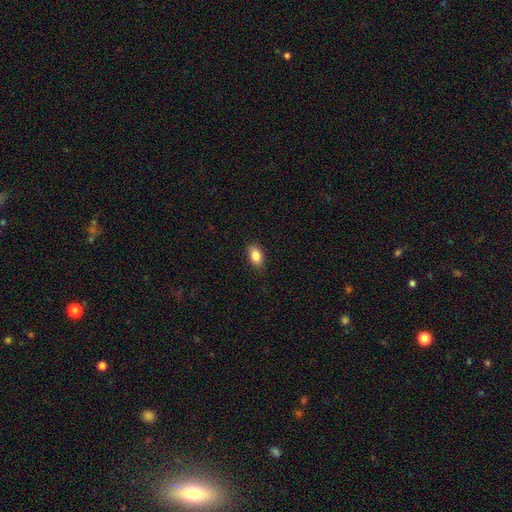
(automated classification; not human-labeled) Smooth or featured: smooth — 84% (featured or disk — 8%)
How rounded: in between — 86% (round — 11%)
Merging: none — 83% (minor disturbance — 13%)